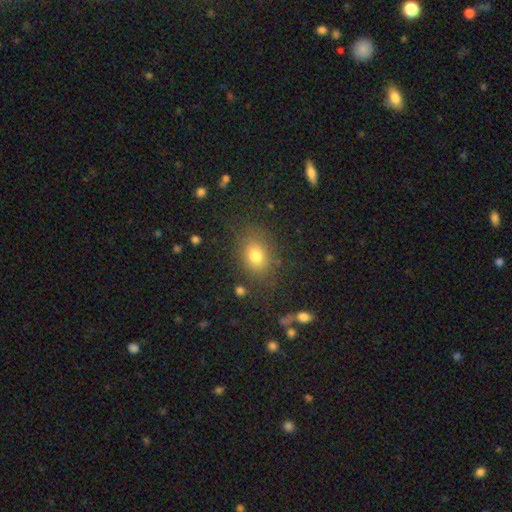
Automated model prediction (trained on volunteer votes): This is likely a smooth galaxy (77%). How rounded: likely in between (64%). Merging: likely none (80%).